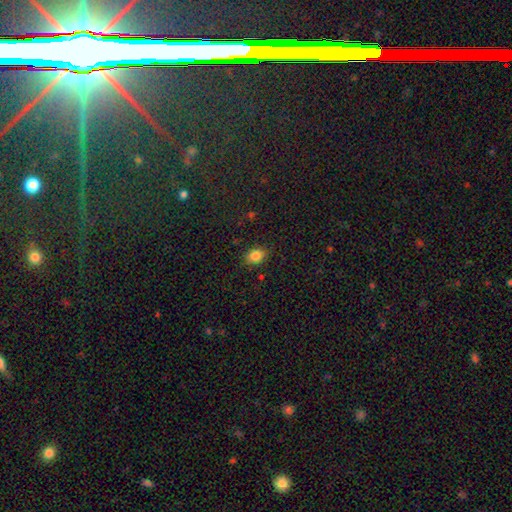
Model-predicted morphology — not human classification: A smooth galaxy with no disk features (84%) that is in between round and cigar-shaped (66%).

Vote fractions:
- Smooth or featured? smooth: 84% / star or artifact: 10% / featured or disk: 5%
- How rounded? in between: 66% / round: 33% / cigar-shaped: 1%
- Merging? none: 84% / minor disturbance: 11% / major disturbance: 3% / merger: 1%